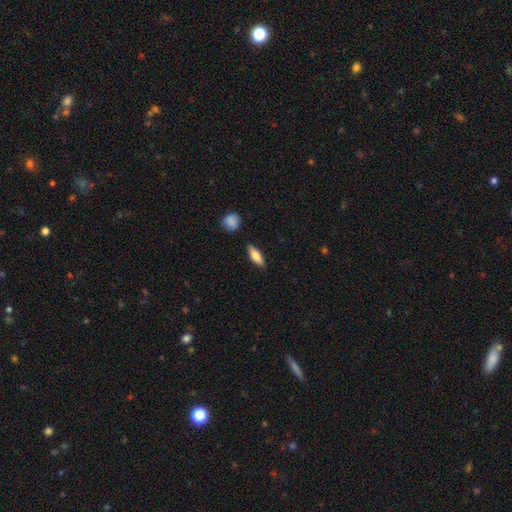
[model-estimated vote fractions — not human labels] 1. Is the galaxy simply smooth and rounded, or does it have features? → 66% smooth, 27% featured or disk, 6% star or artifact.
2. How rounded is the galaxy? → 55% in between, 42% cigar-shaped, 3% round.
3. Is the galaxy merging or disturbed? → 87% none, 9% minor disturbance, 2% merger, 2% major disturbance.